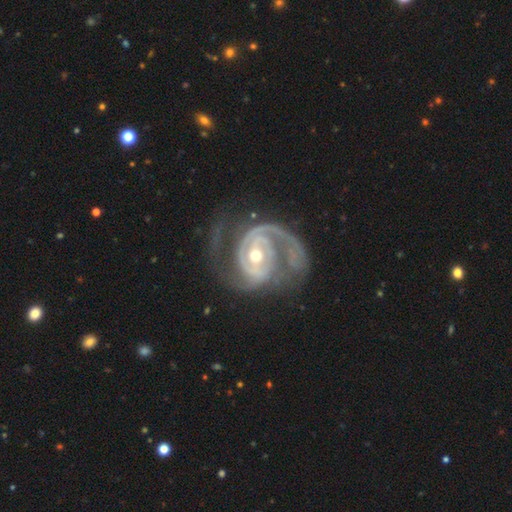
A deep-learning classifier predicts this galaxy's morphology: Q: Smooth or featured?
A: featured or disk (92%); runner-up: smooth (4%)
Q: Edge-on disk?
A: no (98%); runner-up: yes (2%)
Q: Bar?
A: no (41%); runner-up: weak (36%)
Q: Spiral arms?
A: yes (97%); runner-up: no (3%)
Q: Spiral winding?
A: tight (46%); runner-up: medium (43%)
Q: Spiral arm count?
A: 2 (65%); runner-up: 3 (12%)
Q: Bulge size?
A: moderate (59%); runner-up: small (37%)
Q: Merging?
A: none (52%); runner-up: major disturbance (25%)